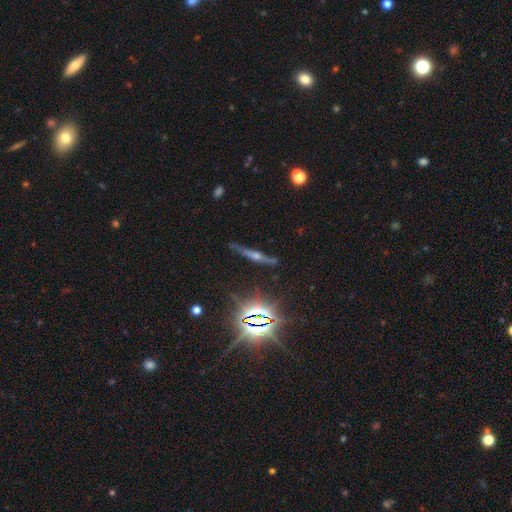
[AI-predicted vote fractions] The model was most divided on "smooth or featured": featured or disk: 62%, star or artifact: 24%, smooth: 15%. More confident: edge-on disk — yes (95%); edge-on bulge — rounded (89%); merging — none (81%).